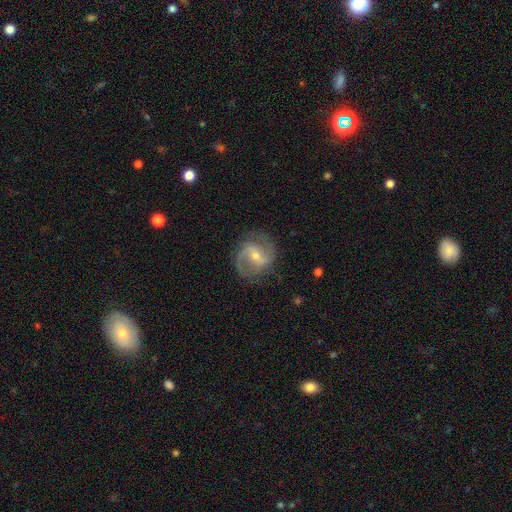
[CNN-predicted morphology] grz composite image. It shows a featured or disk galaxy (86%) with a weak bar (48%), 2 (86%) medium (51%) spiral arms (96%) and a small central bulge (52%). Merging: none (78%).